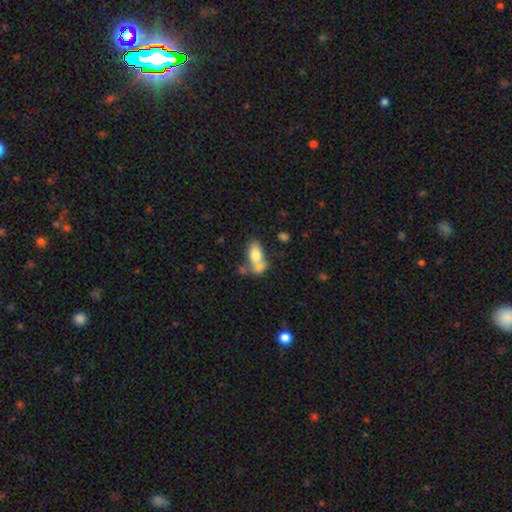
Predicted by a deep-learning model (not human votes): smooth_or_featured: smooth (p=0.71) [alt: featured or disk p=0.21]
how_rounded: in between (p=0.86) [alt: round p=0.08]
merging: merger (p=0.52) [alt: none p=0.29]